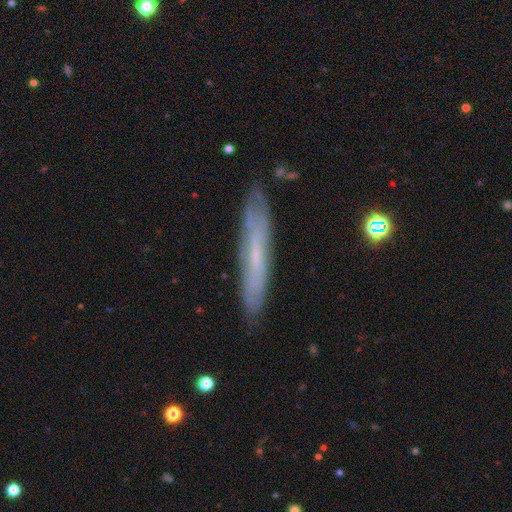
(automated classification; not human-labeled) A featured or disk galaxy (55%) viewed edge-on (71%). Merging: none (81%).